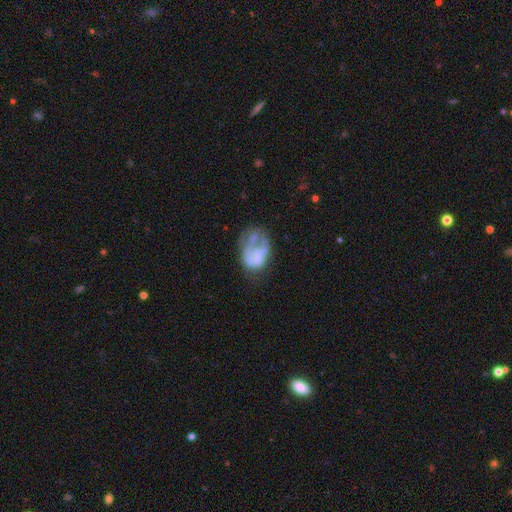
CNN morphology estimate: type=featured or disk (49%); merging=major disturbance (38%).